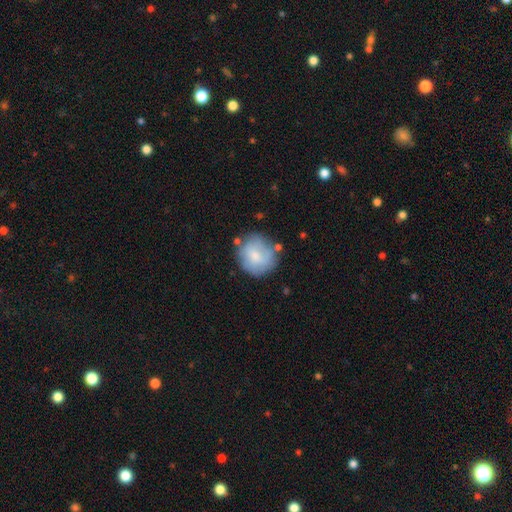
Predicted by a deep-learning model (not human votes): Smooth or featured? Predicted: smooth (p=0.61). How rounded? Predicted: round (p=0.86). Merging? Predicted: none (p=0.66).